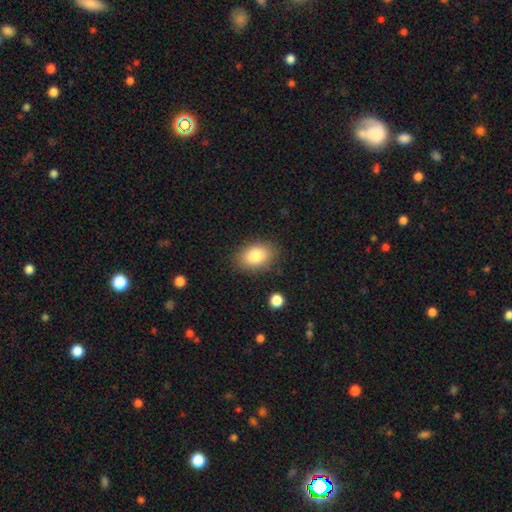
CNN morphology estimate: Q: Smooth or featured?
A: smooth (84%); runner-up: featured or disk (9%)
Q: How rounded?
A: in between (83%); runner-up: round (16%)
Q: Merging?
A: none (84%); runner-up: minor disturbance (11%)